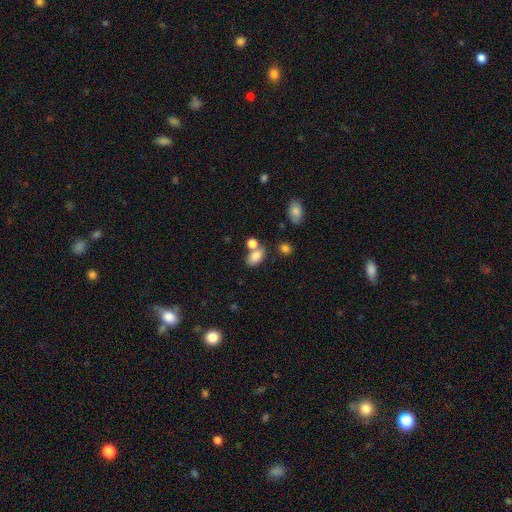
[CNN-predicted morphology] Overall: smooth (82%). How rounded: in between (87%). Merging: none (50%; merger 31%).